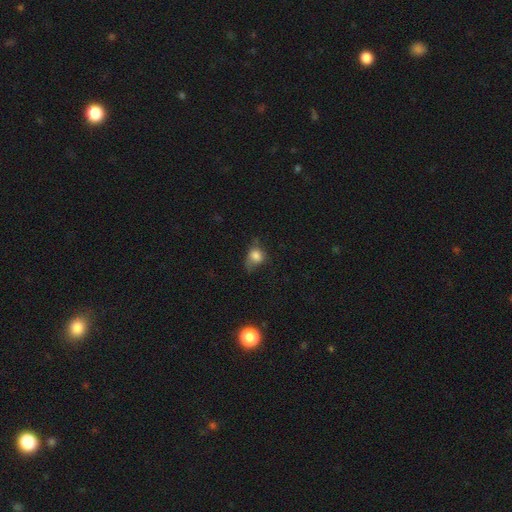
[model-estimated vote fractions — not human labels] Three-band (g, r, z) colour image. It shows a smooth galaxy with no disk features (75%) that is in between round and cigar-shaped (57%). Merging: none (37%).